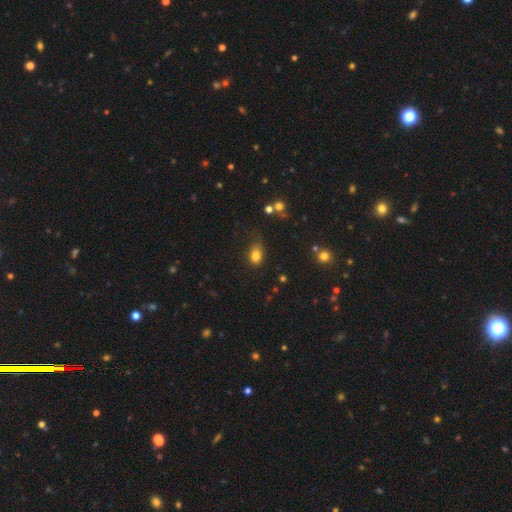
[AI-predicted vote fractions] Q: Smooth or featured?
A: smooth (82%); runner-up: star or artifact (12%)
Q: How rounded?
A: in between (70%); runner-up: round (29%)
Q: Merging?
A: none (59%); runner-up: minor disturbance (29%)